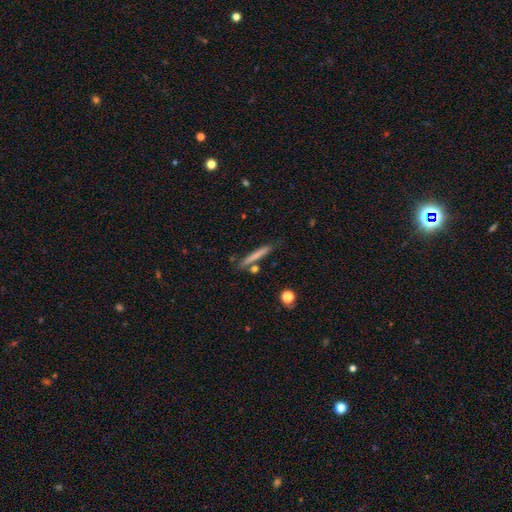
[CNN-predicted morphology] This is likely a smooth galaxy (68%). How rounded: clearly cigar-shaped (94%). Merging: clearly none (80%).